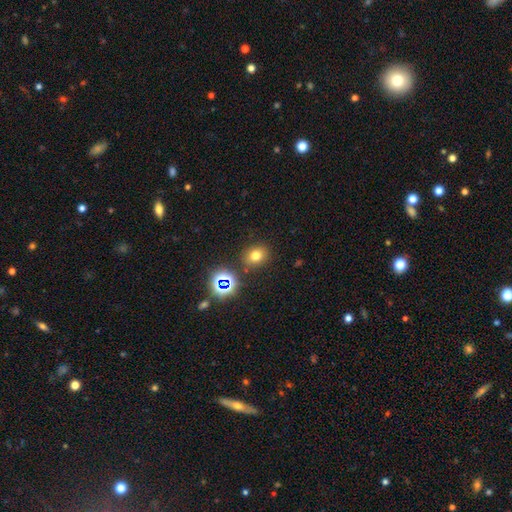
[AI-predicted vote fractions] A smooth galaxy with no disk features (69%) that is round (62%).

Vote fractions:
- Smooth or featured? smooth: 69% / star or artifact: 22% / featured or disk: 9%
- How rounded? round: 62% / in between: 37% / cigar-shaped: 1%
- Merging? none: 84% / minor disturbance: 9% / merger: 4% / major disturbance: 3%